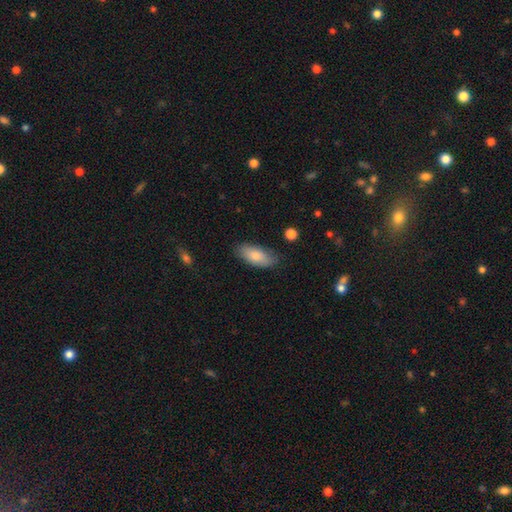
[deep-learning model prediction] This appears to be a smooth galaxy with no disk features (81%) that is in between round and cigar-shaped (86%). Merging: none (78%).